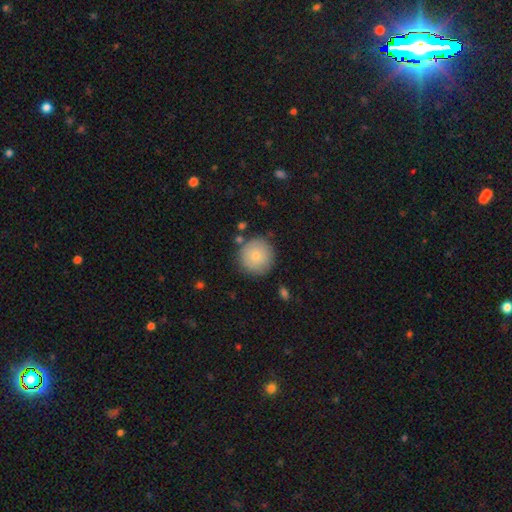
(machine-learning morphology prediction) A smooth galaxy with no disk features (77%) that is round (95%).

Vote fractions:
- Smooth or featured? smooth: 77% / featured or disk: 15% / star or artifact: 8%
- How rounded? round: 95% / in between: 4% / cigar-shaped: 1%
- Merging? none: 84% / minor disturbance: 10% / merger: 3% / major disturbance: 3%